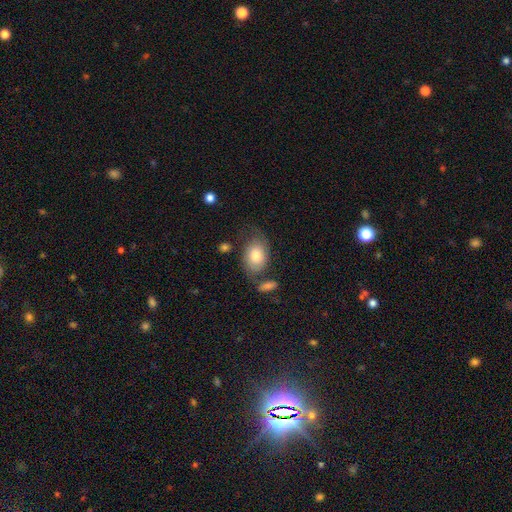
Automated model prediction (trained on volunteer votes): Smooth or featured? smooth (65%)
How rounded? in between (83%)
Merging? none (50%)